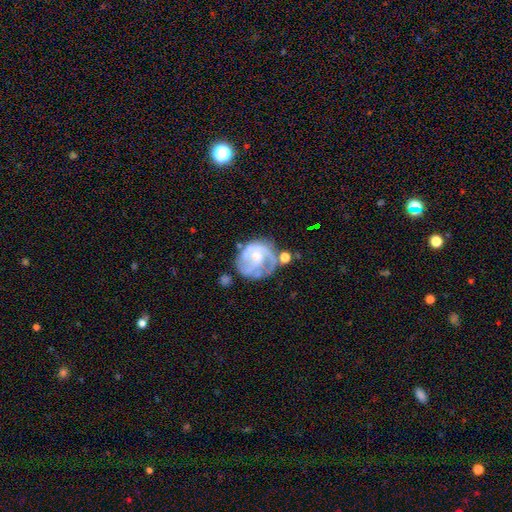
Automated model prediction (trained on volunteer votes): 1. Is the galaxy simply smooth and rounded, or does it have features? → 76% featured or disk, 17% smooth, 7% star or artifact.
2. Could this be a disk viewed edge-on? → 98% no, 2% yes.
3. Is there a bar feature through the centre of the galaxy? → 73% no, 23% weak, 5% strong.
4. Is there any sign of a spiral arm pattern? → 77% yes, 23% no.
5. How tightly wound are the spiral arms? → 50% tight, 35% medium, 15% loose.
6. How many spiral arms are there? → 33% can't tell, 28% 2, 17% 3, 14% 1, 4% 4, 4% more than 4.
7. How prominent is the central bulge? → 42% small, 39% moderate, 12% none, 5% large, 1% dominant.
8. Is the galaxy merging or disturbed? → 49% none, 22% minor disturbance, 20% major disturbance, 9% merger.